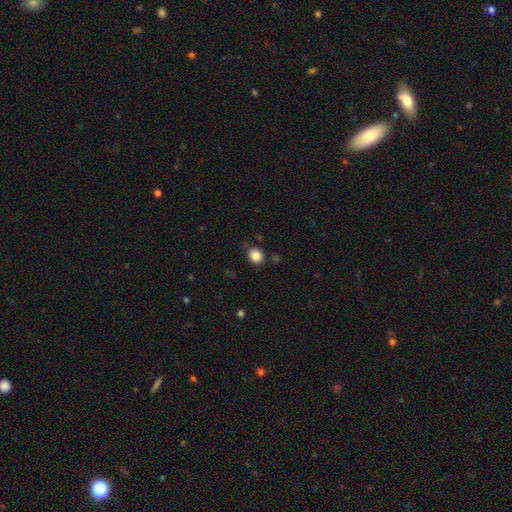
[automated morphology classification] Smooth or featured? Predicted: smooth (p=0.86). How rounded? Predicted: round (p=0.66). Merging? Predicted: none (p=0.81).